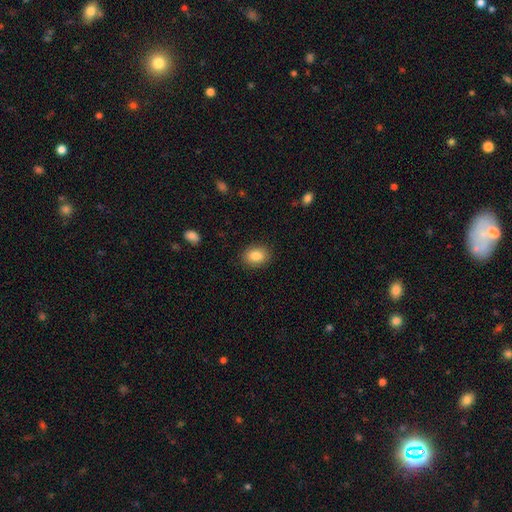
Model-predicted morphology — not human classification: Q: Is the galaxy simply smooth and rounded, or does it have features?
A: smooth — 85%.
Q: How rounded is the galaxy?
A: in between — 67%.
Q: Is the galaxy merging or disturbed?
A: none — 88%.